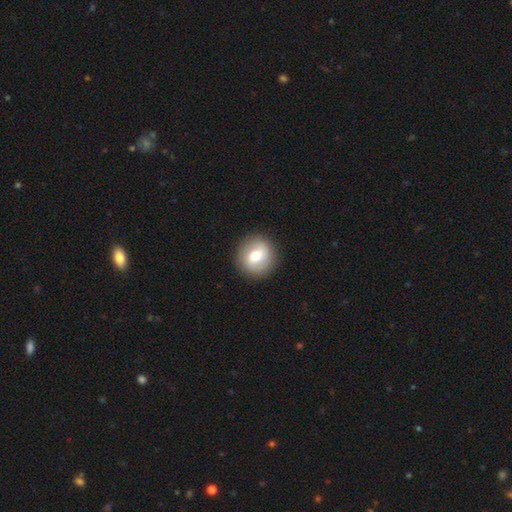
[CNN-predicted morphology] This appears to be a smooth galaxy with no disk features (62%) that is round (90%). Merging: none (90%).